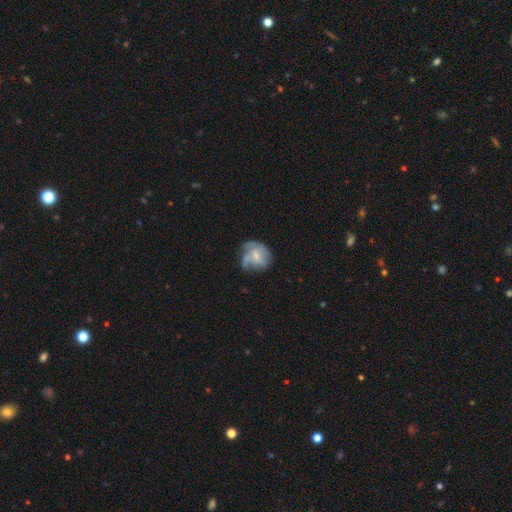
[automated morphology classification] A featured or disk galaxy (58%) with no bar (62%), spiral arms (60%) and a small central bulge (48%). Merging: none (43%).